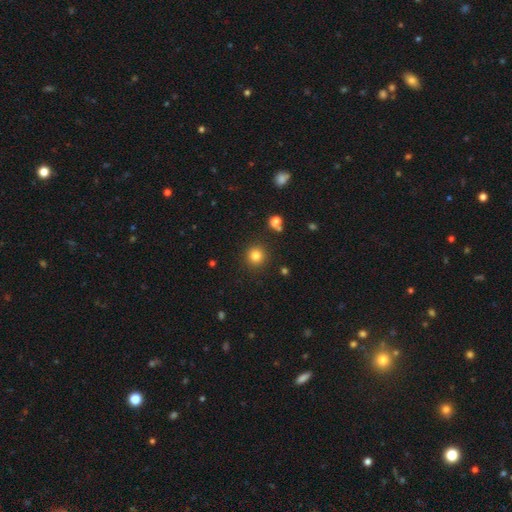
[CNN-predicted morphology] This appears to be a smooth galaxy with no disk features (82%) that is round (93%). Merging: none (89%).